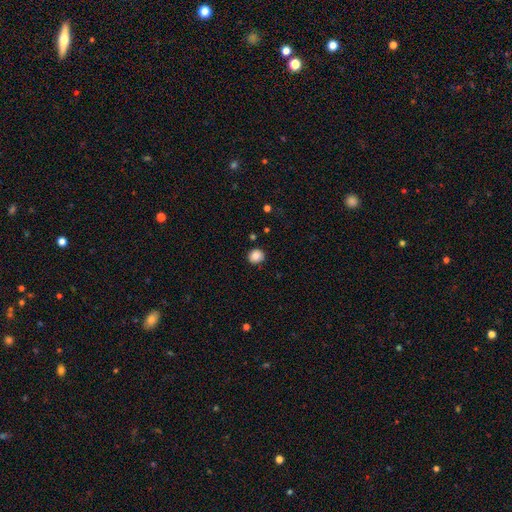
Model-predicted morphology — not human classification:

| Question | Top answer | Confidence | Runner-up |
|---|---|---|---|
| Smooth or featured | smooth | 83% | star or artifact (9%) |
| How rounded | round | 89% | in between (10%) |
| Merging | none | 90% | minor disturbance (7%) |